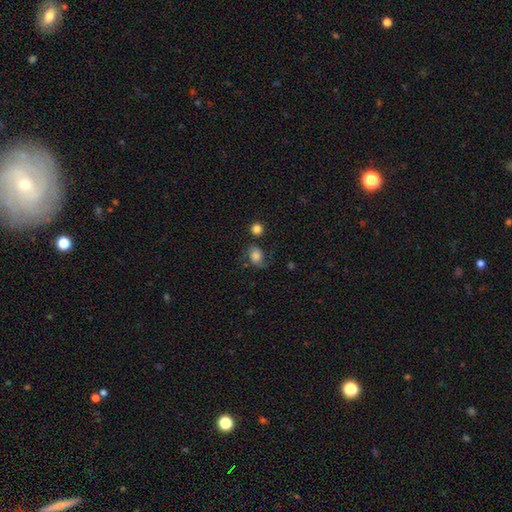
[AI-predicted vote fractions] Smooth or featured? smooth (73%)
How rounded? in between (49%, tied with round)
Merging? none (59%)